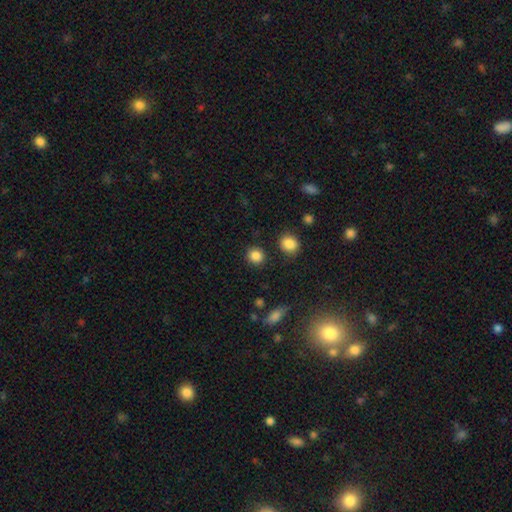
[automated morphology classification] smooth 86%, star or artifact 10%, featured or disk 4%. Down the decision tree: how rounded — round (86%); merging — none (89%).